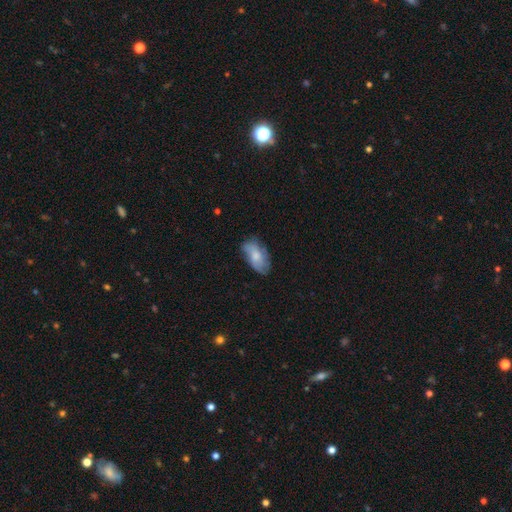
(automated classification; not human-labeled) This appears to be a smooth galaxy with no disk features (59%) that is in between round and cigar-shaped (92%). Merging: none (60%).